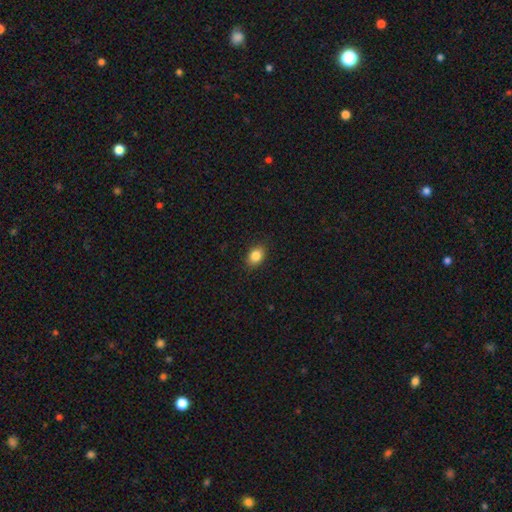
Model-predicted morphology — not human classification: Q: Smooth or featured?
A: smooth (85%); runner-up: star or artifact (9%)
Q: How rounded?
A: in between (70%); runner-up: round (28%)
Q: Merging?
A: none (87%); runner-up: minor disturbance (9%)